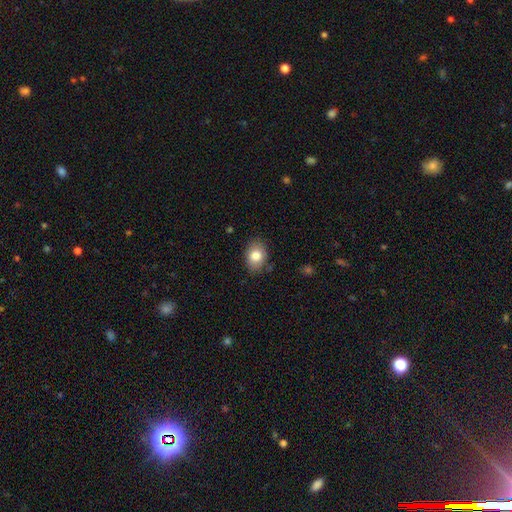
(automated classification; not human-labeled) smooth_or_featured: smooth (p=0.82) [alt: featured or disk p=0.10]
how_rounded: in between (p=0.73) [alt: round p=0.26]
merging: none (p=0.83) [alt: minor disturbance p=0.13]